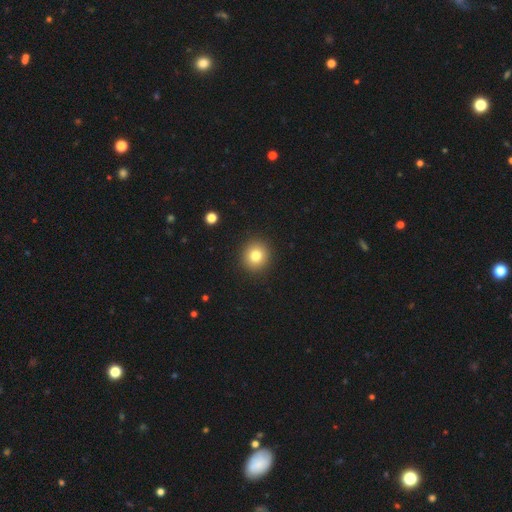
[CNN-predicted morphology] smooth-or-featured: smooth: 80% | star or artifact: 11% | featured or disk: 9%
  how-rounded: round: 90% | in between: 9% | cigar-shaped: 1%
  merging: none: 91% | minor disturbance: 5% | major disturbance: 2% | merger: 1%